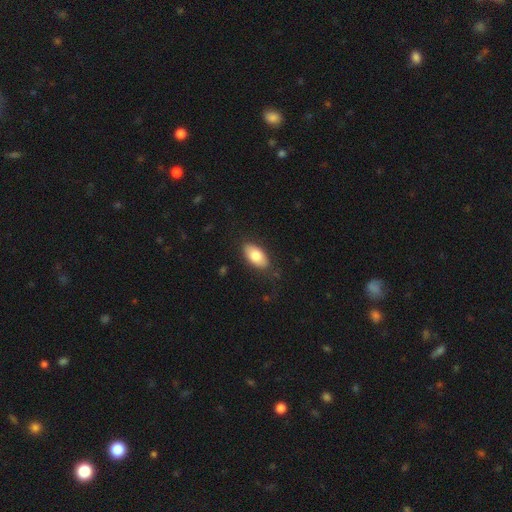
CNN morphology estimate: Smooth or featured? smooth (79%)
How rounded? in between (93%)
Merging? none (83%)